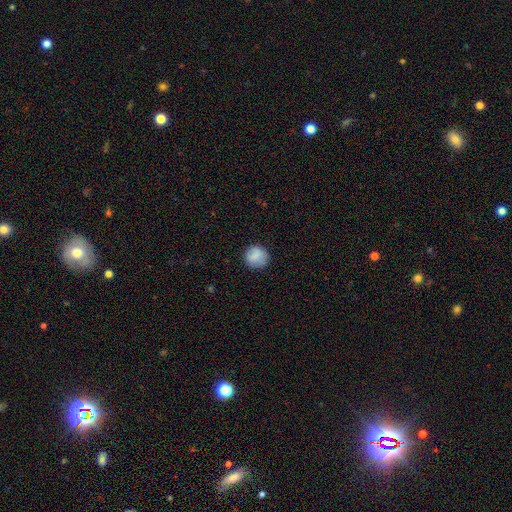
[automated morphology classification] smooth 82%, featured or disk 11%, star or artifact 8%. Down the decision tree: how rounded — round (91%); merging — none (84%).